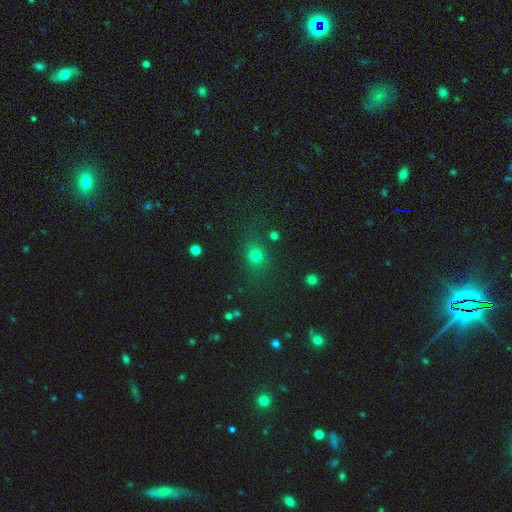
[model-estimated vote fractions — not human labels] smooth-or-featured: smooth: 72% | star or artifact: 20% | featured or disk: 9%
  how-rounded: round: 73% | in between: 25% | cigar-shaped: 2%
  merging: none: 76% | minor disturbance: 13% | major disturbance: 6% | merger: 5%